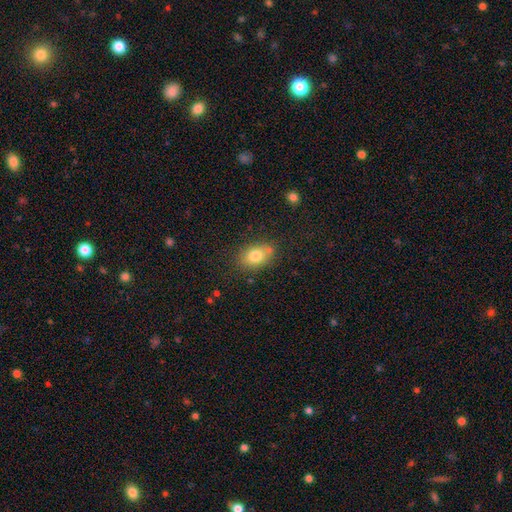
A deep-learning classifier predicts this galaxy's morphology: Smooth or featured? smooth (79%)
How rounded? in between (78%)
Merging? none (71%)